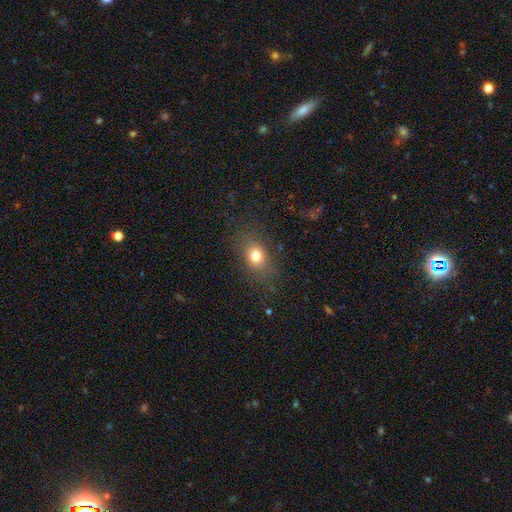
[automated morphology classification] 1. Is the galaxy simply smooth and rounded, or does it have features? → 76% smooth, 14% star or artifact, 10% featured or disk.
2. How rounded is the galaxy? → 56% in between, 41% round, 2% cigar-shaped.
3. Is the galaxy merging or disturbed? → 78% none, 13% minor disturbance, 7% major disturbance, 1% merger.